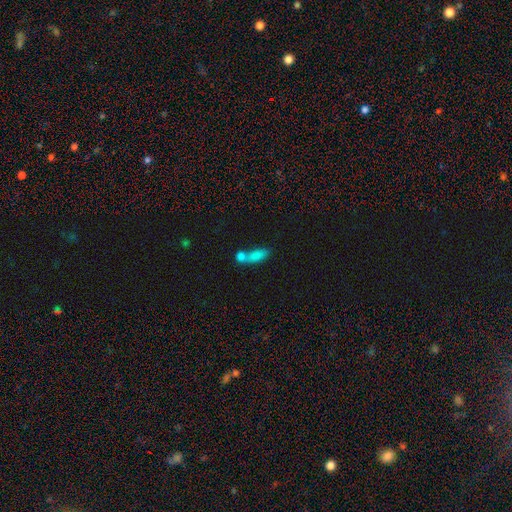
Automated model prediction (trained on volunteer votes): A smooth galaxy with no disk features (80%) that is in between round and cigar-shaped (69%). Merging: merger (56%).